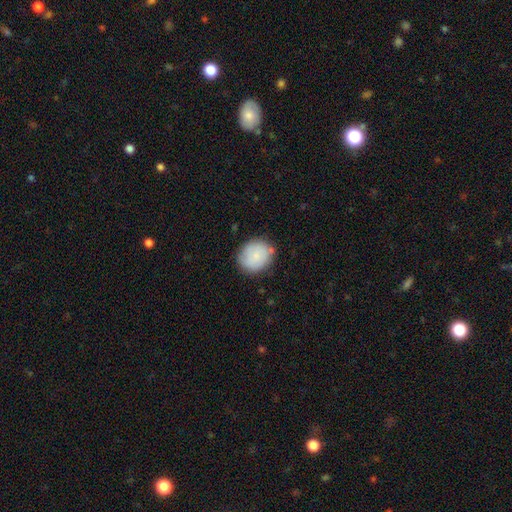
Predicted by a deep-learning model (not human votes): Smooth or featured?
  - smooth: 83% *
  - featured or disk: 10%
  - star or artifact: 7%
How rounded?
  - round: 78% *
  - in between: 21%
  - cigar-shaped: 1%
Merging?
  - none: 79% *
  - minor disturbance: 15%
  - major disturbance: 4%
  - merger: 3%